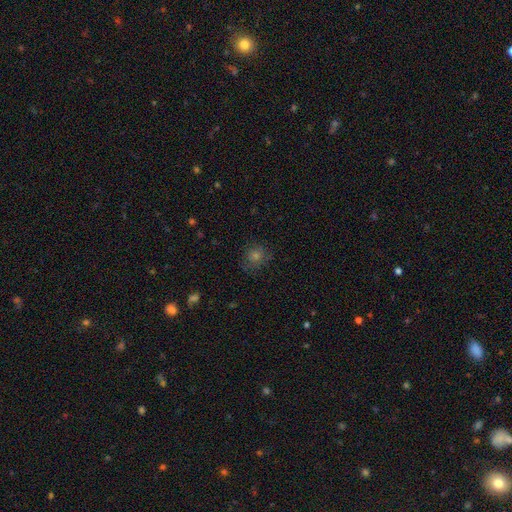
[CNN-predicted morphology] This appears to be a smooth galaxy with no disk features (55%) that is round (84%). Merging: none (79%).